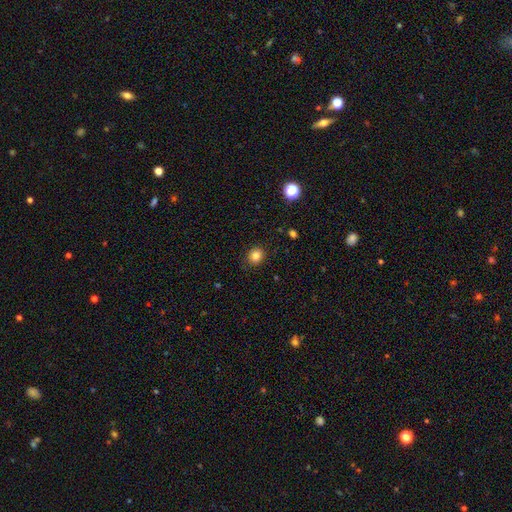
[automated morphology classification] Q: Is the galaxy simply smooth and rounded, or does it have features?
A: smooth — 83%.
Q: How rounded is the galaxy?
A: round — 78%.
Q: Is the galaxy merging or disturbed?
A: none — 88%.